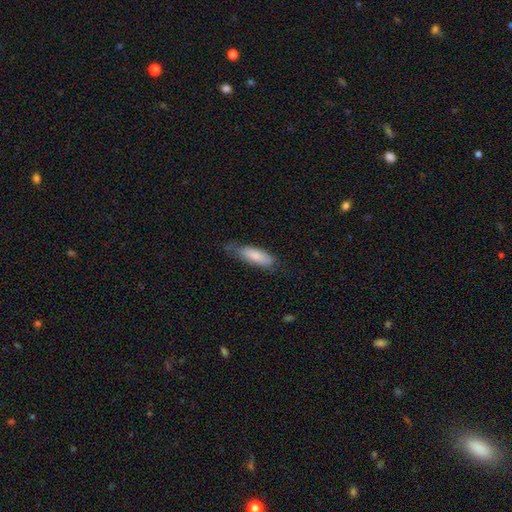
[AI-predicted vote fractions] smooth_or_featured: smooth (p=0.80) [alt: featured or disk p=0.15]
how_rounded: in between (p=0.58) [alt: cigar-shaped p=0.41]
merging: none (p=0.56) [alt: minor disturbance p=0.32]